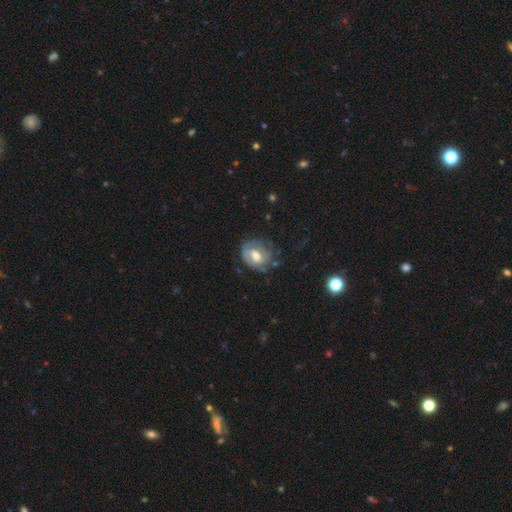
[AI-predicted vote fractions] smooth-or-featured: featured or disk: 59% | smooth: 33% | star or artifact: 8%
  disk-edge-on: no: 96% | yes: 4%
    bar: weak: 46% | no: 39% | strong: 15%
    has-spiral-arms: yes: 69% | no: 31%
    bulge-size: moderate: 64% | large: 19% | small: 13% | none: 2% | dominant: 1%
  merging: none: 54% | minor disturbance: 27% | major disturbance: 17% | merger: 2%